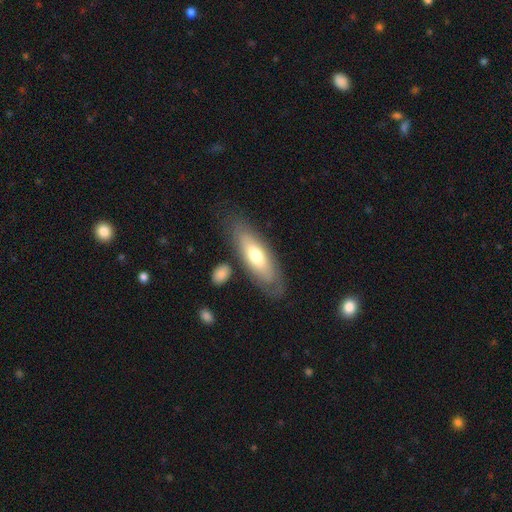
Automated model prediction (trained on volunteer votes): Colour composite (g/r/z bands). It shows a smooth galaxy with no disk features (56%) that is in between round and cigar-shaped (64%). Merging: none (75%).